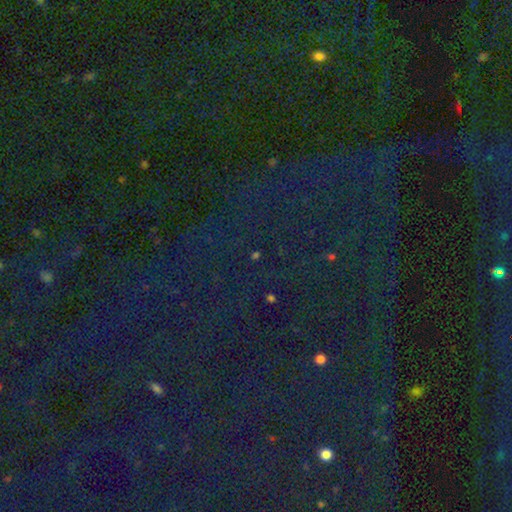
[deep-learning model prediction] Smooth or featured? star or artifact (73%)